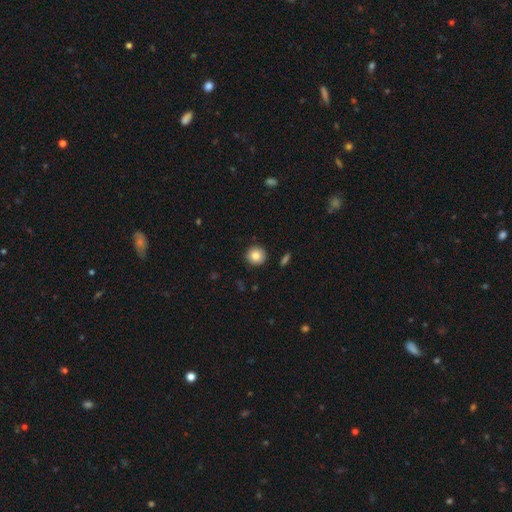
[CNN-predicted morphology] A smooth galaxy with no disk features (85%) that is round (93%). Merging: none (90%).